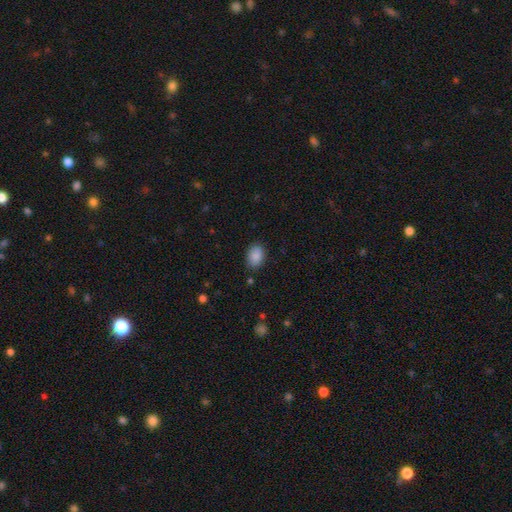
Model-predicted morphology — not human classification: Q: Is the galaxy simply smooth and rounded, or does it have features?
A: smooth — 89%.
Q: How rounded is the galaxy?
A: in between — 84%.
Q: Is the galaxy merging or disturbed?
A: none — 85%.